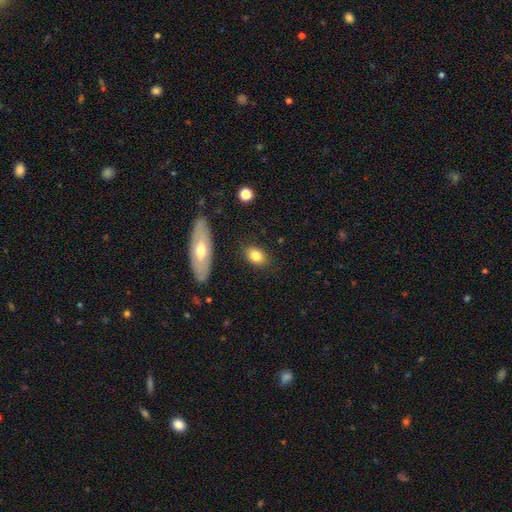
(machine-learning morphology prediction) Smooth or featured: smooth — 80% (featured or disk — 12%)
How rounded: in between — 76% (round — 20%)
Merging: none — 84% (minor disturbance — 11%)